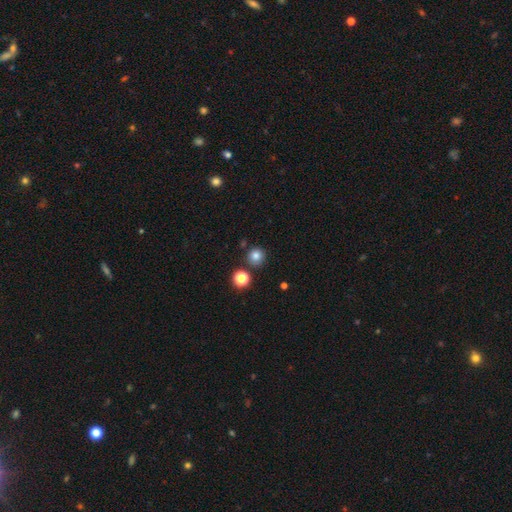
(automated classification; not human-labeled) A smooth galaxy with no disk features (81%) that is round (93%).

Vote fractions:
- Smooth or featured? smooth: 81% / star or artifact: 14% / featured or disk: 5%
- How rounded? round: 93% / in between: 6% / cigar-shaped: 1%
- Merging? none: 83% / minor disturbance: 8% / merger: 7% / major disturbance: 2%